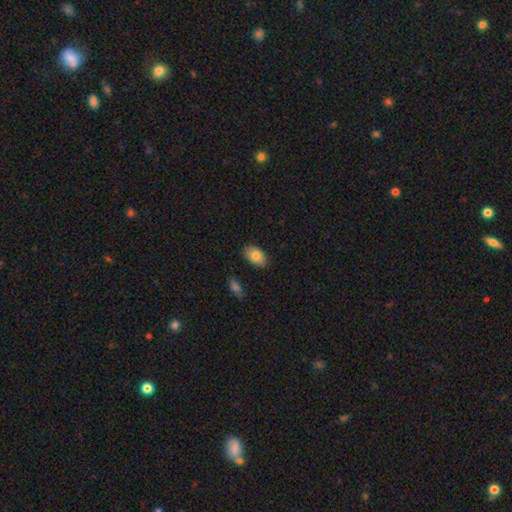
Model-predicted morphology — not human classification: This appears to be a smooth galaxy with no disk features (83%) that is in between round and cigar-shaped (92%). Merging: none (85%).